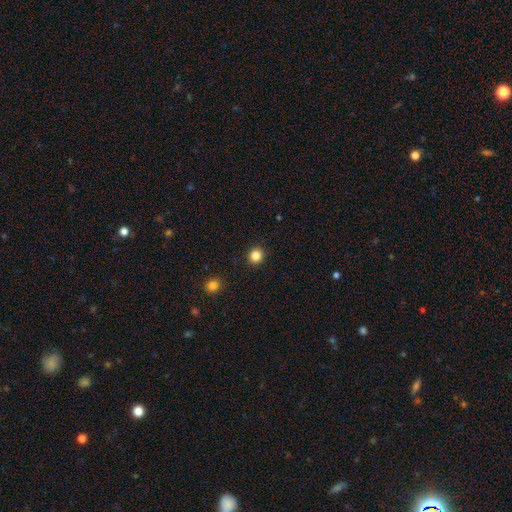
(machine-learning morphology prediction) A smooth galaxy with no disk features (84%) that is round (90%). Merging: none (92%).